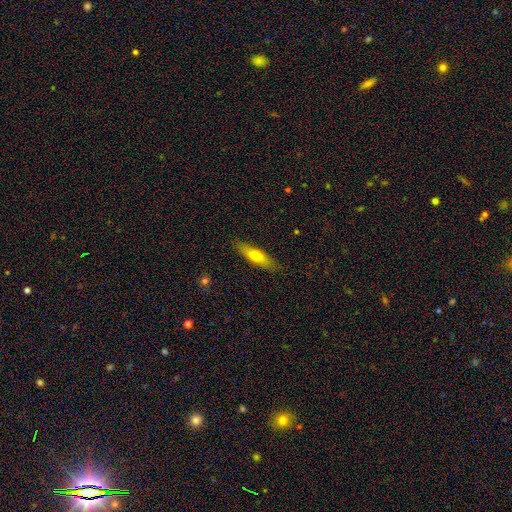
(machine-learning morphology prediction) Smooth or featured? smooth (65%)
How rounded? cigar-shaped (63%)
Merging? none (86%)